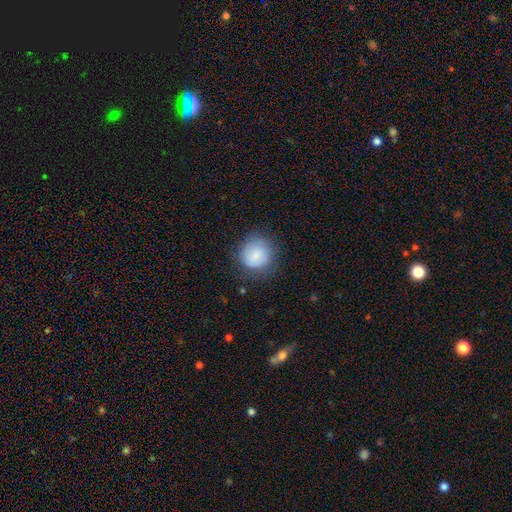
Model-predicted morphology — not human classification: Smooth or featured: smooth — 83% (featured or disk — 9%)
How rounded: round — 87% (in between — 12%)
Merging: none — 72% (minor disturbance — 19%)